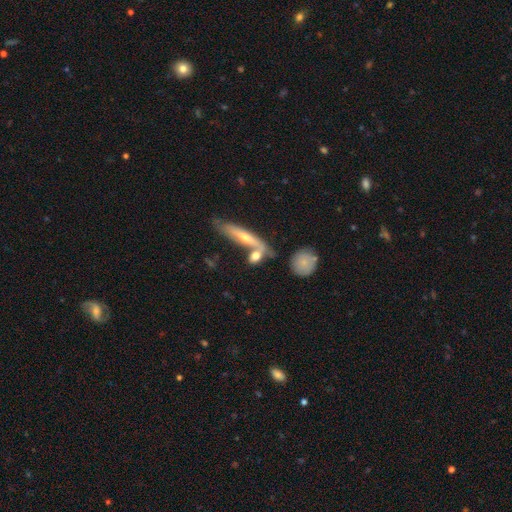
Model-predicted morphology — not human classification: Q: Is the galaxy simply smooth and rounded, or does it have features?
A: smooth — 60%.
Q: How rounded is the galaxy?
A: in between — 42%.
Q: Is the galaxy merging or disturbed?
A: none — 41%.